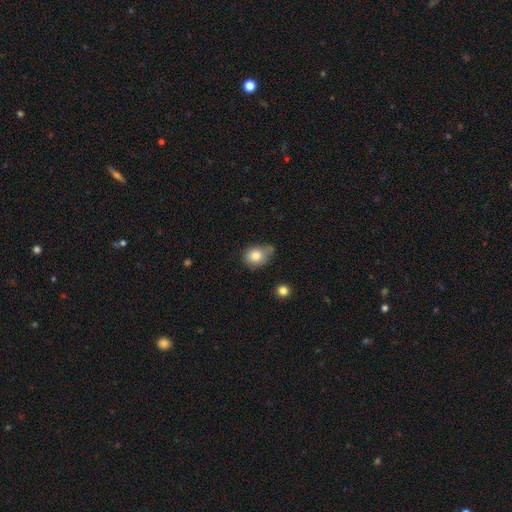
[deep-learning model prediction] smooth 81%, featured or disk 10%, star or artifact 9%. Down the decision tree: how rounded — in between (50%); merging — none (46%).